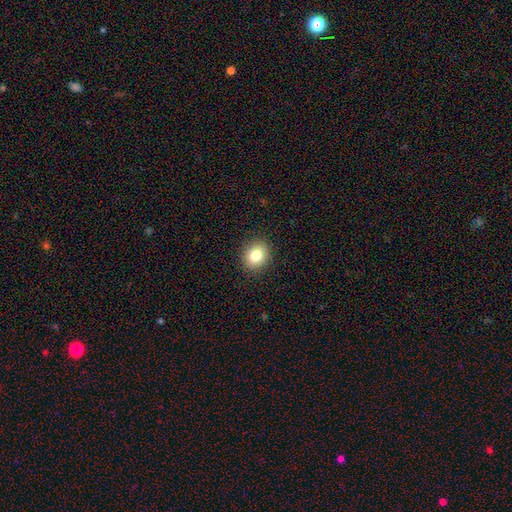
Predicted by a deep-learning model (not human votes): Smooth or featured: smooth — 81% (star or artifact — 11%)
How rounded: round — 69% (in between — 31%)
Merging: none — 90% (minor disturbance — 7%)